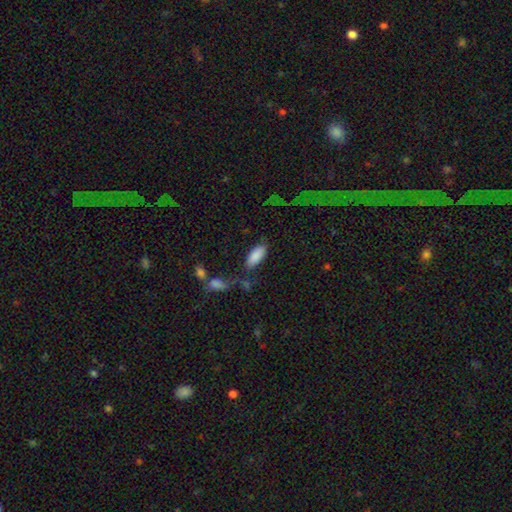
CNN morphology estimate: A smooth galaxy with no disk features (87%) that is in between round and cigar-shaped (85%).

Vote fractions:
- Smooth or featured? smooth: 87% / star or artifact: 7% / featured or disk: 6%
- How rounded? in between: 85% / cigar-shaped: 13% / round: 2%
- Merging? none: 71% / minor disturbance: 15% / merger: 8% / major disturbance: 6%